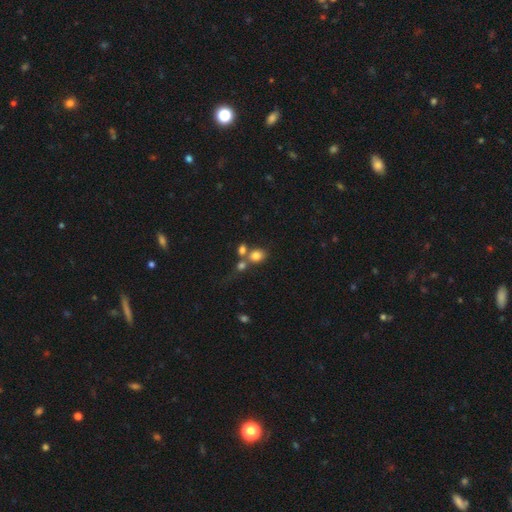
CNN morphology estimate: Smooth or featured? Predicted: smooth (p=0.78). How rounded? Predicted: round (p=0.51). Merging? Predicted: merger (p=0.43).